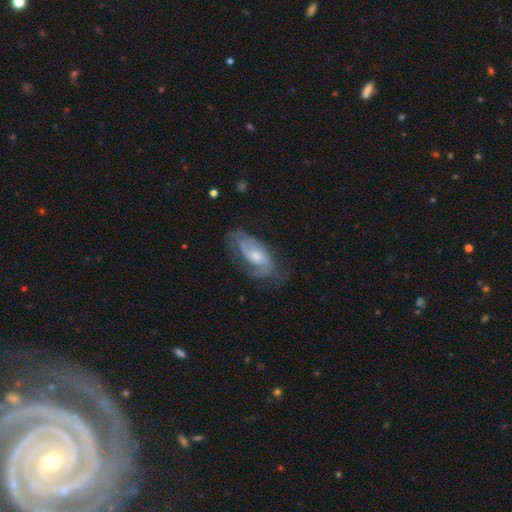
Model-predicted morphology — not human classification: Smooth or featured?
  - featured or disk: 73% *
  - smooth: 20%
  - star or artifact: 6%
Edge-on disk?
  - no: 93% *
  - yes: 7%
Bar?
  - no: 64% *
  - weak: 31%
  - strong: 5%
Spiral arms?
  - yes: 90% *
  - no: 10%
Spiral winding?
  - medium: 44% *
  - tight: 33%
  - loose: 23%
Spiral arm count?
  - 2: 59% *
  - can't tell: 21%
  - 1: 11%
  - 3: 6%
  - 4: 2%
  - more than 4: 2%
Bulge size?
  - moderate: 50% *
  - small: 41%
  - large: 5%
  - none: 3%
  - dominant: 1%
Merging?
  - none: 62% *
  - minor disturbance: 23%
  - major disturbance: 14%
  - merger: 2%